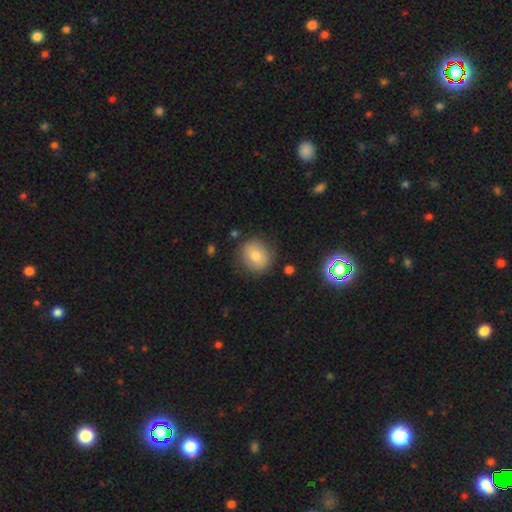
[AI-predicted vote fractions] Smooth or featured? smooth (73%)
How rounded? round (77%)
Merging? none (84%)